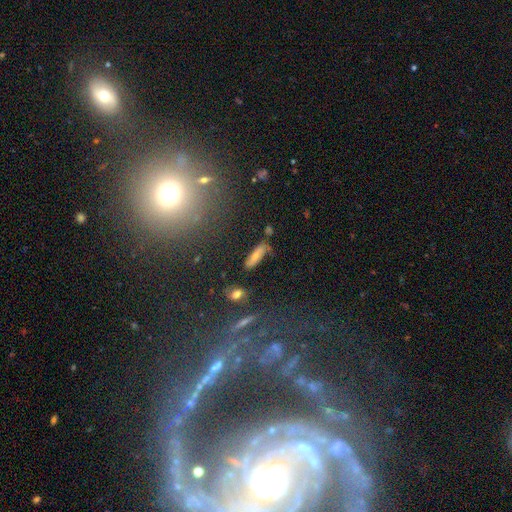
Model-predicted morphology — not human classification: The model was most divided on "how rounded": cigar-shaped: 58%, in between: 39%, round: 3%. More confident: smooth or featured — smooth (63%); merging — none (62%).